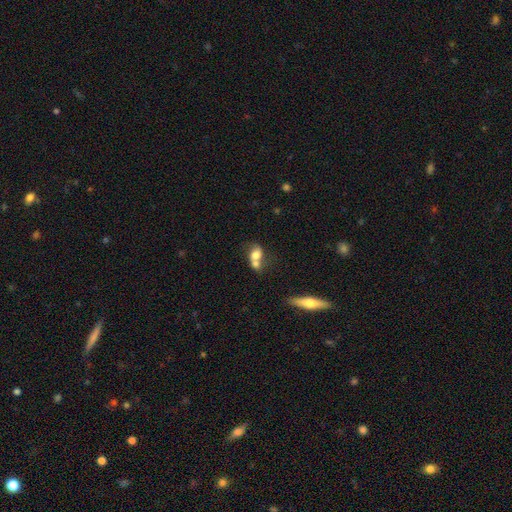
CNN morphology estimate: Smooth or featured?
  - smooth: 64% *
  - featured or disk: 26%
  - star or artifact: 10%
How rounded?
  - in between: 61% *
  - round: 35%
  - cigar-shaped: 4%
Merging?
  - merger: 65% *
  - none: 20%
  - minor disturbance: 8%
  - major disturbance: 7%